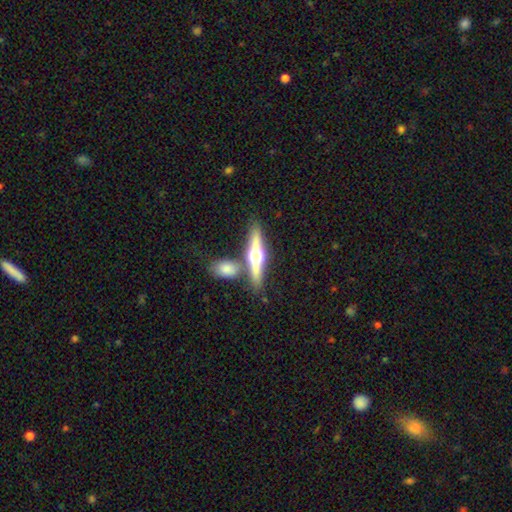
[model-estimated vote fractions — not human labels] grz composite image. It shows a featured or disk galaxy (68%) viewed edge-on (95%) with a rounded central bulge (95%). Merging: none (70%).